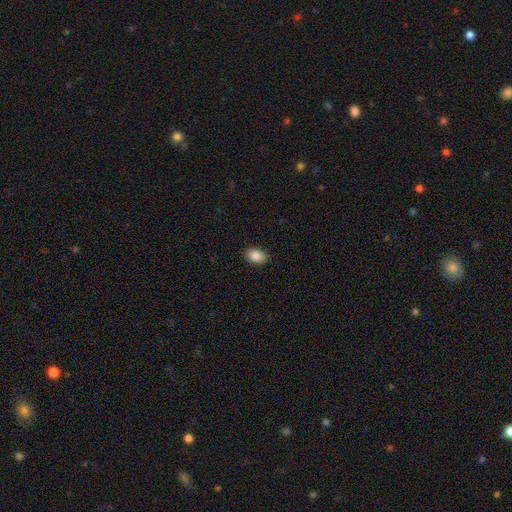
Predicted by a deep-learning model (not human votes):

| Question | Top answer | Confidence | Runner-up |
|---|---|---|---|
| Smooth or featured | smooth | 88% | star or artifact (8%) |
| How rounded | in between | 83% | round (16%) |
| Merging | none | 89% | minor disturbance (9%) |